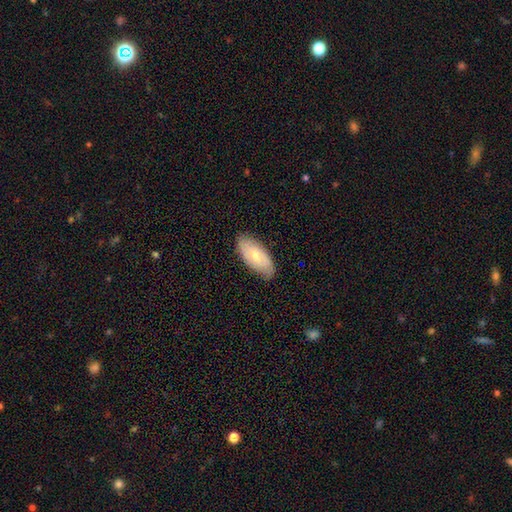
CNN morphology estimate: The model was most divided on "smooth or featured": smooth: 48%, featured or disk: 46%, star or artifact: 6%. More confident: merging — none (81%).